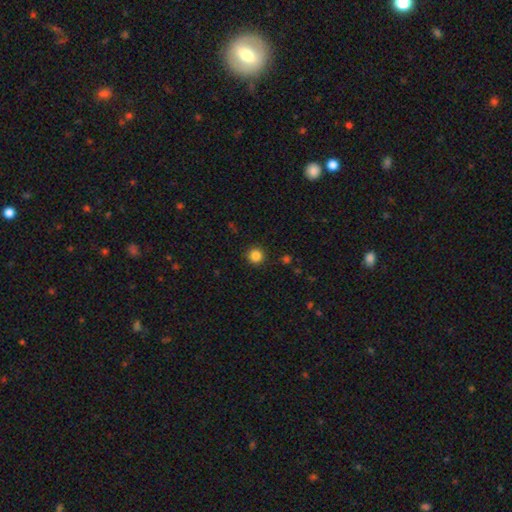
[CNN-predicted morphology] A smooth galaxy with no disk features (85%) that is round (95%).

Vote fractions:
- Smooth or featured? smooth: 85% / star or artifact: 11% / featured or disk: 4%
- How rounded? round: 95% / in between: 4% / cigar-shaped: 1%
- Merging? none: 91% / minor disturbance: 6% / major disturbance: 2% / merger: 1%